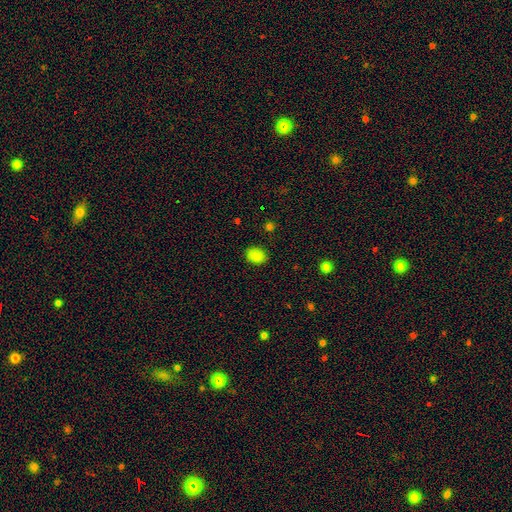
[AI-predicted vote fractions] A smooth galaxy with no disk features (86%) that is in between round and cigar-shaped (64%).

Vote fractions:
- Smooth or featured? smooth: 86% / star or artifact: 11% / featured or disk: 3%
- How rounded? in between: 64% / round: 35% / cigar-shaped: 1%
- Merging? none: 85% / minor disturbance: 11% / major disturbance: 3% / merger: 1%